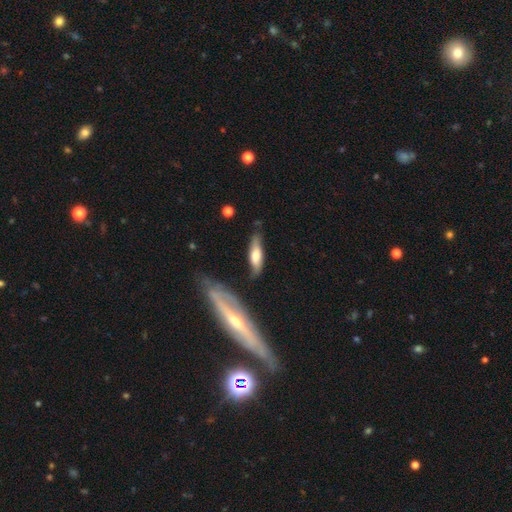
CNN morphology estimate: type=smooth (56%); roundness=cigar-shaped (56%); merging=none (68%).